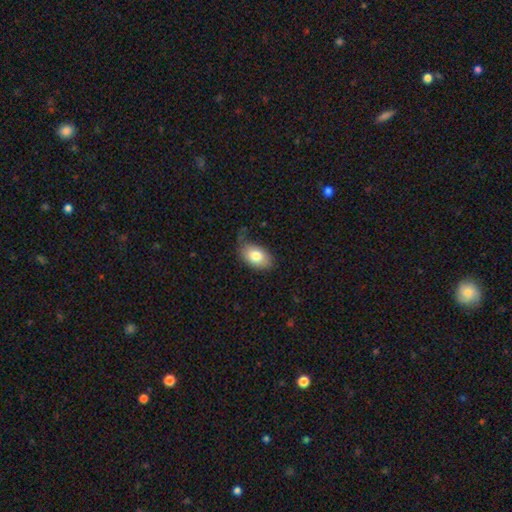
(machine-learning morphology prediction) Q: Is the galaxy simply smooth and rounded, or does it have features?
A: smooth — 80%.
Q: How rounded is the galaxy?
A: in between — 91%.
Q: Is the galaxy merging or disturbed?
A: none — 63%.